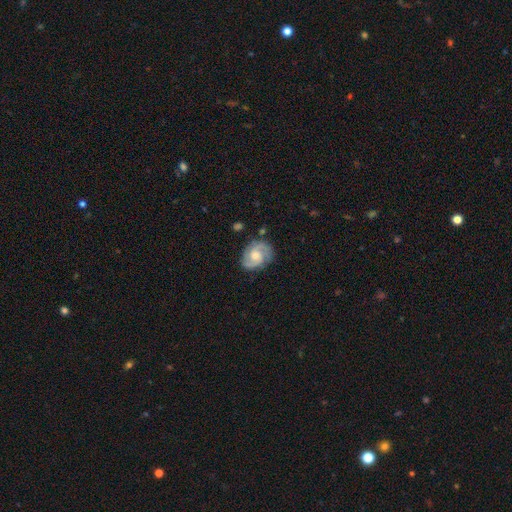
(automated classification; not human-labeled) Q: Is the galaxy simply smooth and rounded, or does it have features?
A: featured or disk — 83%.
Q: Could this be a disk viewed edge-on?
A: no — 98%.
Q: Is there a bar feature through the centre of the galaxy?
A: no — 57%.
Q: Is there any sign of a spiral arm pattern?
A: yes — 97%.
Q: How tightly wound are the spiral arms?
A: medium — 50%.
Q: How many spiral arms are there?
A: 2 — 85%.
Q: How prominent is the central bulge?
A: moderate — 53%.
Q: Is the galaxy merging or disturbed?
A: none — 78%.